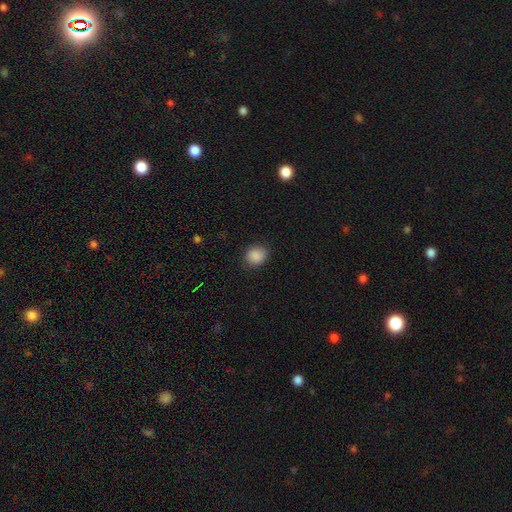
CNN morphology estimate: The model was most divided on "how rounded": round: 73%, in between: 27%, cigar-shaped: 1%. More confident: smooth or featured — smooth (87%); merging — none (84%).